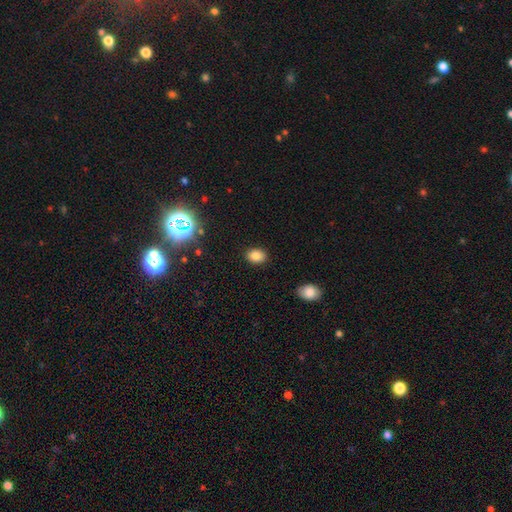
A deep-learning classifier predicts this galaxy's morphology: This is clearly a smooth galaxy (83%). How rounded: likely in between (69%). Merging: clearly none (88%).